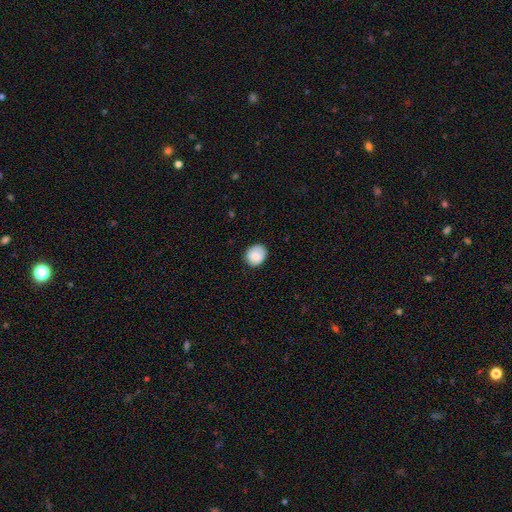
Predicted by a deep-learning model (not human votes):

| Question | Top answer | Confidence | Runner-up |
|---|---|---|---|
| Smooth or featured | smooth | 84% | featured or disk (9%) |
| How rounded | round | 75% | in between (25%) |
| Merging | none | 83% | minor disturbance (13%) |